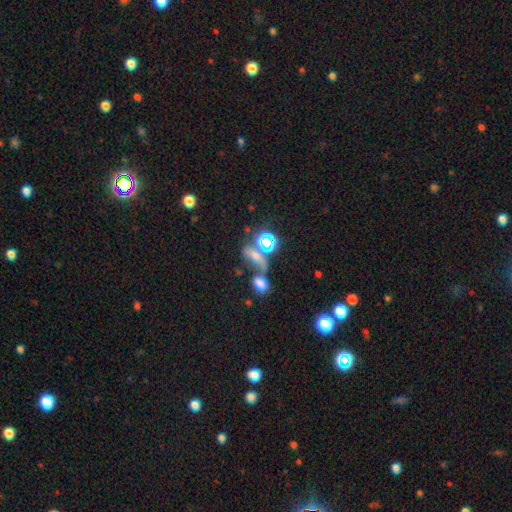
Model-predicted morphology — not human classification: Q: Smooth or featured?
A: smooth (46%); runner-up: star or artifact (33%)
Q: Merging?
A: merger (42%); runner-up: none (35%)